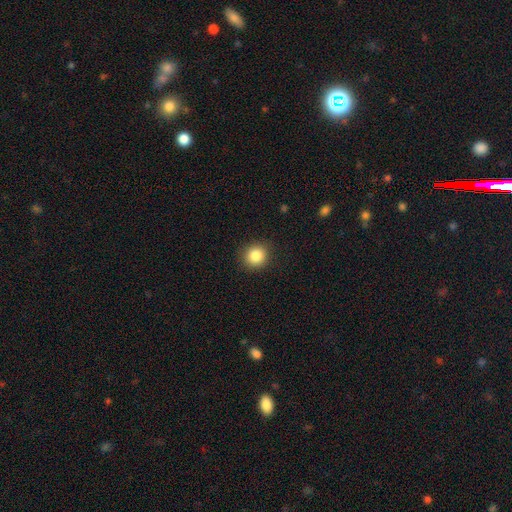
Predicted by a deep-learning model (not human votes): Q: Smooth or featured?
A: smooth (85%); runner-up: star or artifact (10%)
Q: How rounded?
A: round (89%); runner-up: in between (10%)
Q: Merging?
A: none (90%); runner-up: minor disturbance (7%)